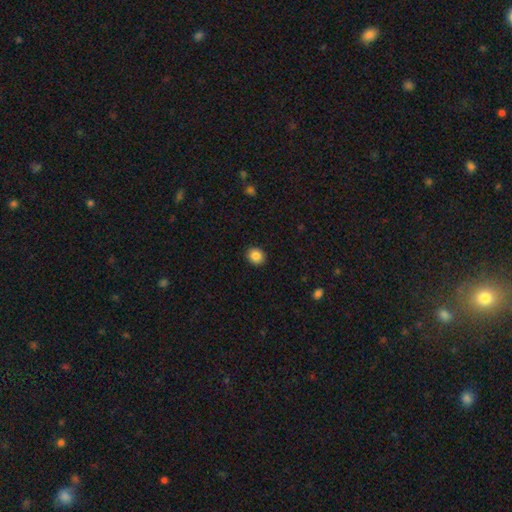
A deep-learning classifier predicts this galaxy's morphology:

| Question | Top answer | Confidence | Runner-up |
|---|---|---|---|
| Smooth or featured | smooth | 86% | star or artifact (9%) |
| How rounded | round | 72% | in between (28%) |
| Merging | none | 91% | minor disturbance (6%) |